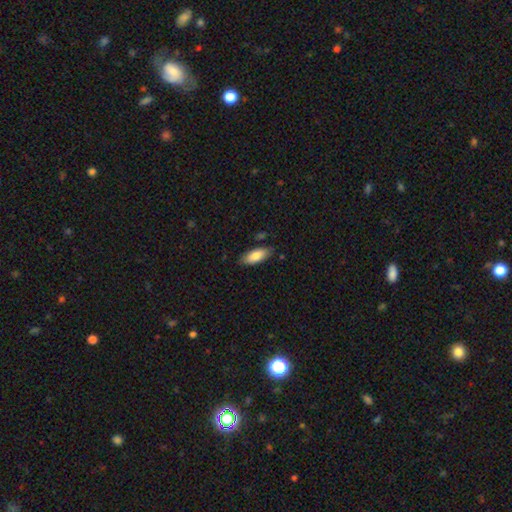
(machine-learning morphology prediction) smooth 82%, featured or disk 12%, star or artifact 6%. Down the decision tree: how rounded — in between (81%); merging — none (80%).